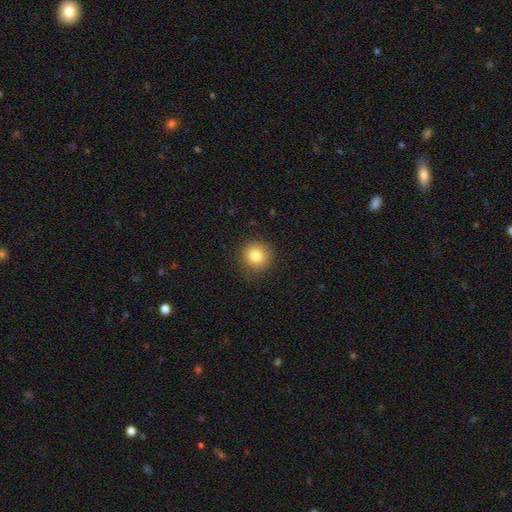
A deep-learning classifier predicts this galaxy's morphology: This appears to be a smooth galaxy with no disk features (82%) that is round (92%). Merging: none (87%).